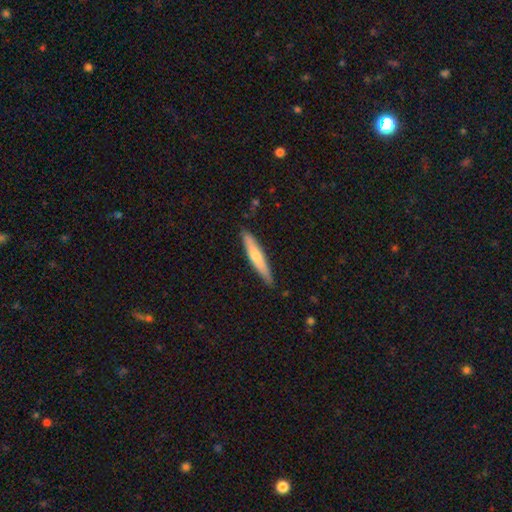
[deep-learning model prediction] This appears to be a smooth galaxy with no disk features (59%) that is cigar-shaped (92%). Merging: none (86%).